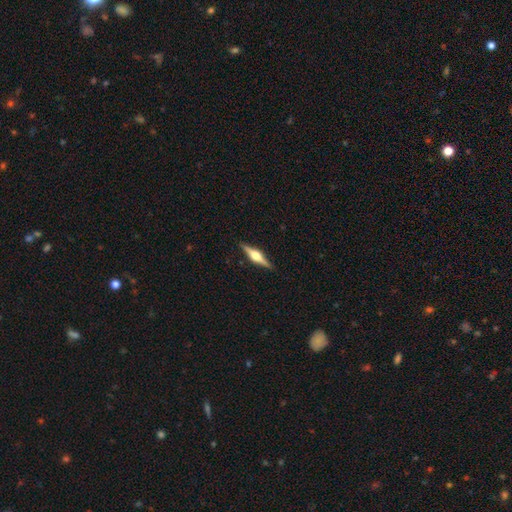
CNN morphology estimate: Q: Smooth or featured?
A: featured or disk (78%); runner-up: smooth (17%)
Q: Edge-on disk?
A: yes (98%); runner-up: no (2%)
Q: Edge-on bulge?
A: rounded (94%); runner-up: boxy (5%)
Q: Merging?
A: none (91%); runner-up: minor disturbance (7%)